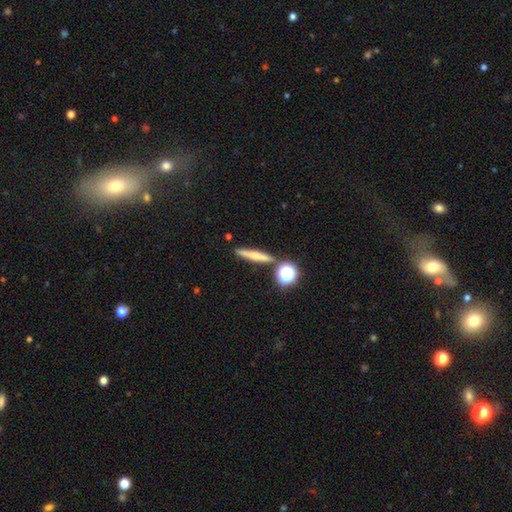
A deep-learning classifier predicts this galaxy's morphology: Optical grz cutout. It shows a smooth galaxy with no disk features (56%) that is cigar-shaped (76%). Merging: none (83%).